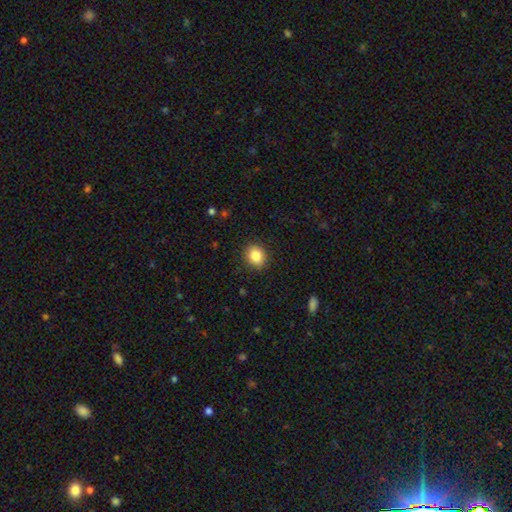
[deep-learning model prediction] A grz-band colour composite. It shows a smooth galaxy with no disk features (85%) that is round (69%). Merging: none (90%).